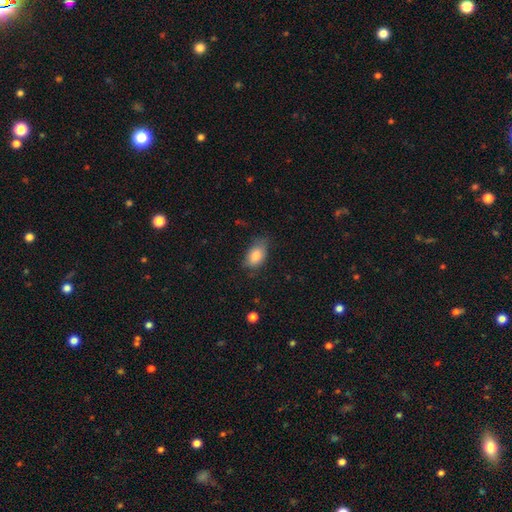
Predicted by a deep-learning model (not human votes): Smooth or featured? smooth (83%)
How rounded? in between (88%)
Merging? none (60%)